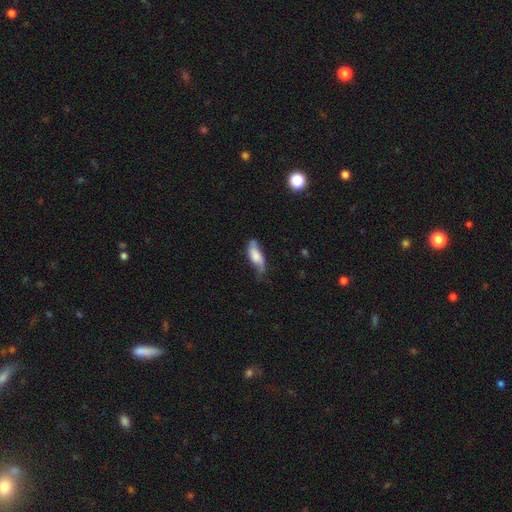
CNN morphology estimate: Smooth or featured? smooth (57%)
How rounded? in between (65%)
Merging? none (46%)